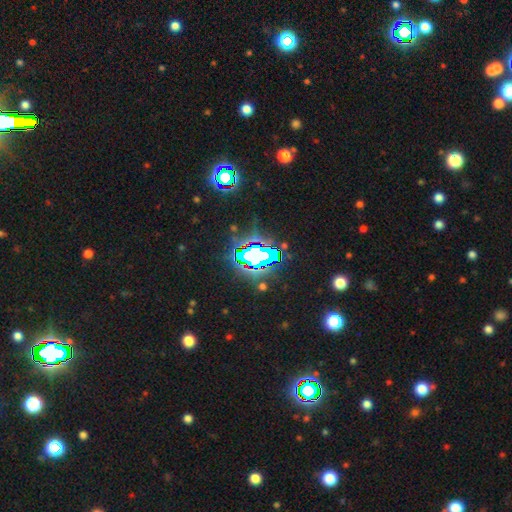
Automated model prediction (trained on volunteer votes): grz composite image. It shows a star or artifact, not a galaxy (78%).